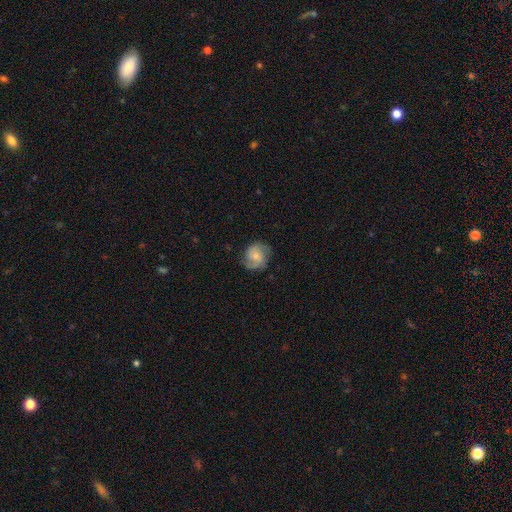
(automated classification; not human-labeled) A featured or disk galaxy (72%) with no bar (65%), 2 (80%) medium (48%) spiral arms (95%) and a small central bulge (53%). Merging: none (76%).